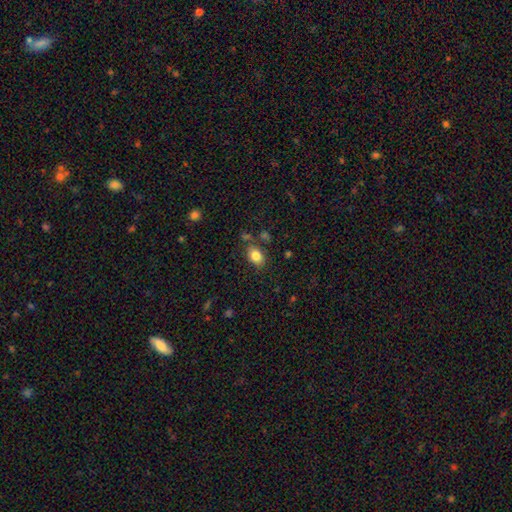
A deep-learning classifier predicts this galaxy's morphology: smooth_or_featured: smooth (p=0.83) [alt: star or artifact p=0.09]
how_rounded: in between (p=0.79) [alt: round p=0.20]
merging: none (p=0.77) [alt: minor disturbance p=0.13]